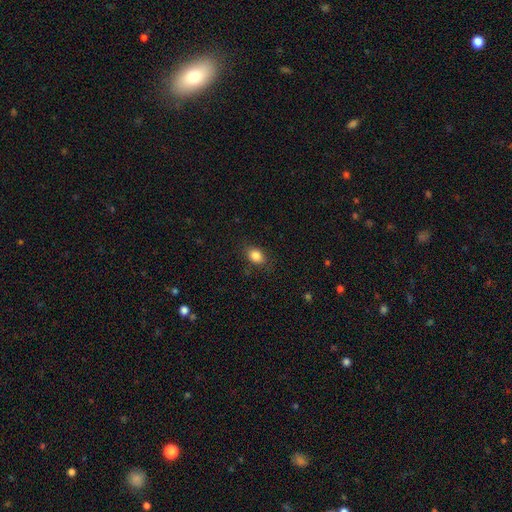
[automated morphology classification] This appears to be a smooth galaxy with no disk features (85%) that is in between round and cigar-shaped (72%). Merging: none (84%).